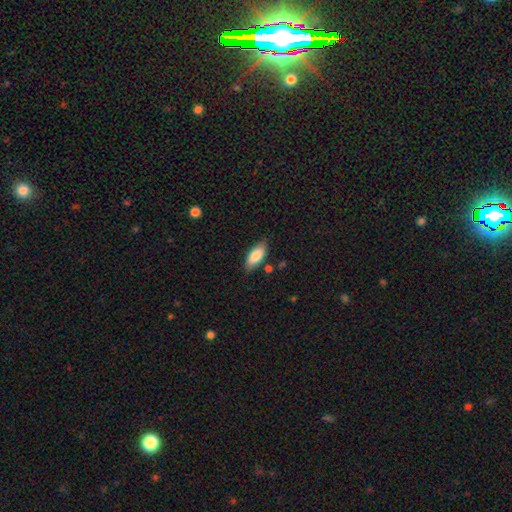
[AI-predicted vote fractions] smooth_or_featured: smooth (p=0.84) [alt: featured or disk p=0.10]
how_rounded: in between (p=0.83) [alt: cigar-shaped p=0.15]
merging: none (p=0.81) [alt: minor disturbance p=0.13]